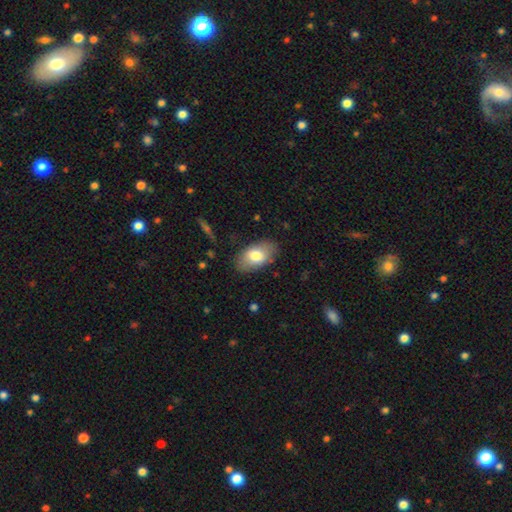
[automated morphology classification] The model was most divided on "smooth or featured": smooth: 75%, featured or disk: 19%, star or artifact: 7%. More confident: how rounded — in between (93%); merging — none (82%).